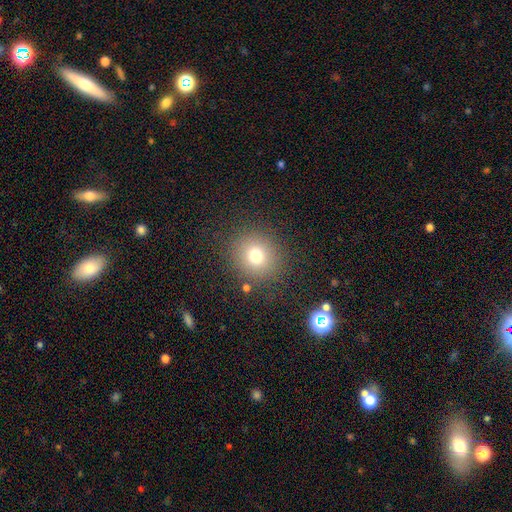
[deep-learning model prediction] smooth_or_featured: smooth (p=0.75) [alt: star or artifact p=0.15]
how_rounded: round (p=0.88) [alt: in between p=0.11]
merging: none (p=0.85) [alt: minor disturbance p=0.08]